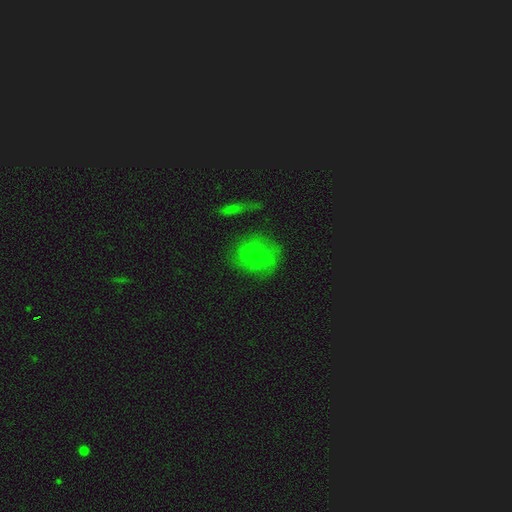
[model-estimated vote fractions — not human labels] Overall: featured or disk (45%; smooth 36%). Merging: none (70%).